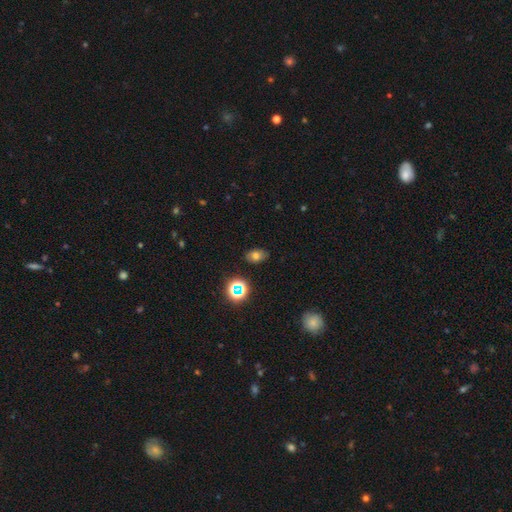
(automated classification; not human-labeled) This appears to be a smooth galaxy with no disk features (68%) that is in between round and cigar-shaped (81%). Merging: none (82%).